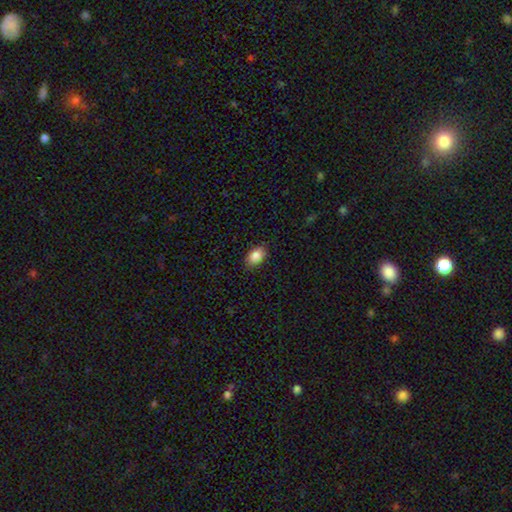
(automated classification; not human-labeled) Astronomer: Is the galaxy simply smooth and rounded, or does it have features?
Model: smooth — 87%.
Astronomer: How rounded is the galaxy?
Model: in between — 85%.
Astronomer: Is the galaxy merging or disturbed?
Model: none — 86%.